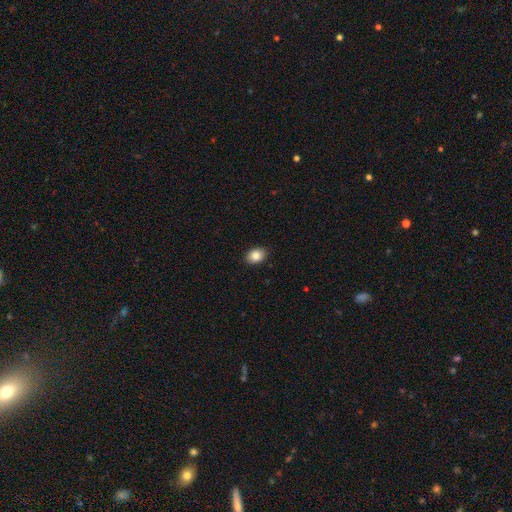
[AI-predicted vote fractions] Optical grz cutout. It shows a smooth galaxy with no disk features (85%) that is in between round and cigar-shaped (72%). Merging: none (89%).